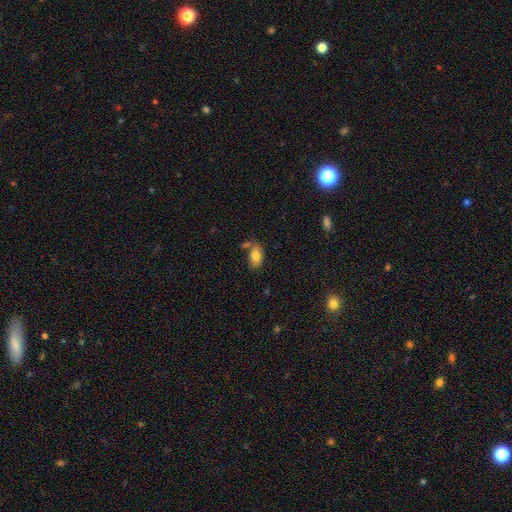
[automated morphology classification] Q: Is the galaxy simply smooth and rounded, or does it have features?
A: smooth — 82%.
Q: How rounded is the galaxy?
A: in between — 92%.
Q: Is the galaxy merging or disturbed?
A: none — 58%.